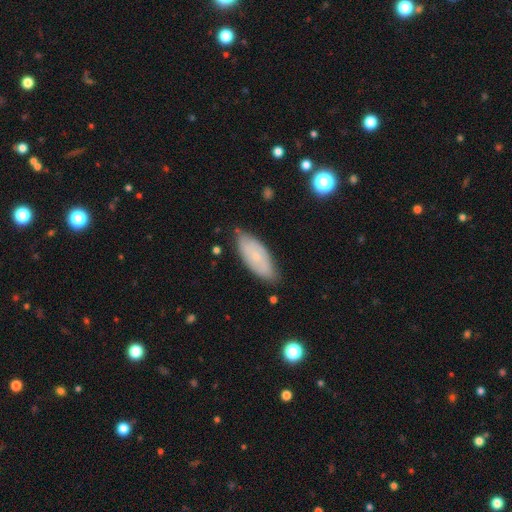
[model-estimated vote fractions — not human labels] A smooth galaxy with no disk features (59%) that is in between round and cigar-shaped (80%). Merging: none (75%).